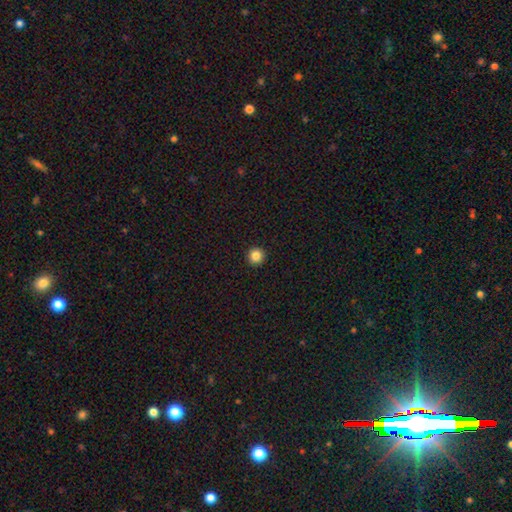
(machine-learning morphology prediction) Smooth or featured?
  - smooth: 85% *
  - star or artifact: 11%
  - featured or disk: 4%
How rounded?
  - round: 96% *
  - in between: 3%
  - cigar-shaped: 1%
Merging?
  - none: 94% *
  - minor disturbance: 4%
  - major disturbance: 1%
  - merger: 1%